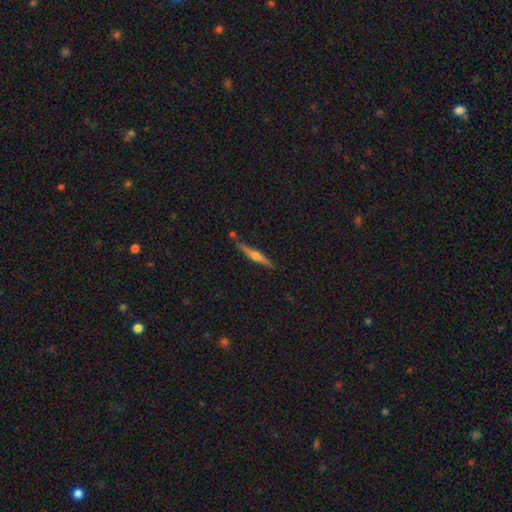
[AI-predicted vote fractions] Q: Smooth or featured?
A: featured or disk (73%); runner-up: smooth (20%)
Q: Edge-on disk?
A: yes (98%); runner-up: no (2%)
Q: Edge-on bulge?
A: rounded (89%); runner-up: boxy (6%)
Q: Merging?
A: none (83%); runner-up: minor disturbance (10%)